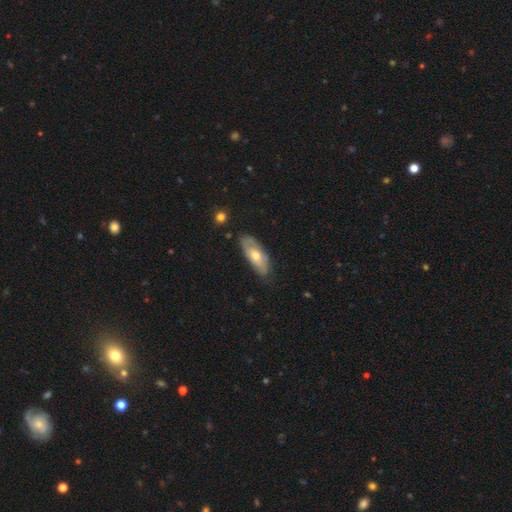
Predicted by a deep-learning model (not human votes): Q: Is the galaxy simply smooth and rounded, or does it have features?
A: featured or disk — 49%.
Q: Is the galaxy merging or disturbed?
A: none — 71%.